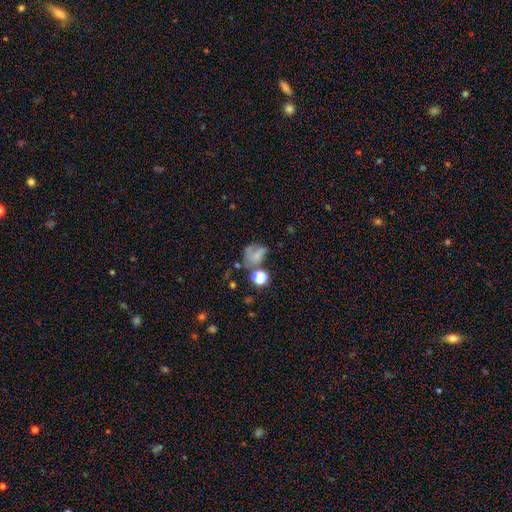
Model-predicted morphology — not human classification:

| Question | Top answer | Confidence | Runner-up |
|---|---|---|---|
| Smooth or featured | smooth | 53% | featured or disk (26%) |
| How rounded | round | 51% | in between (48%) |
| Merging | none | 32% | major disturbance (29%) |